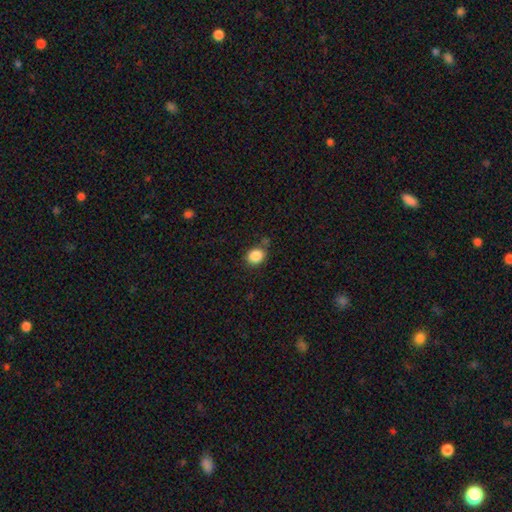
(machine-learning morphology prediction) This appears to be a smooth galaxy with no disk features (87%) that is round (66%). Merging: none (73%).